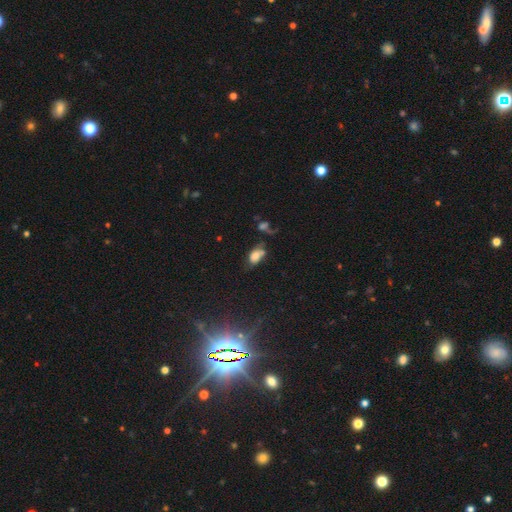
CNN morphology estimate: Smooth or featured: smooth — 69% (featured or disk — 18%)
How rounded: in between — 89% (round — 8%)
Merging: none — 35% (minor disturbance — 25%)